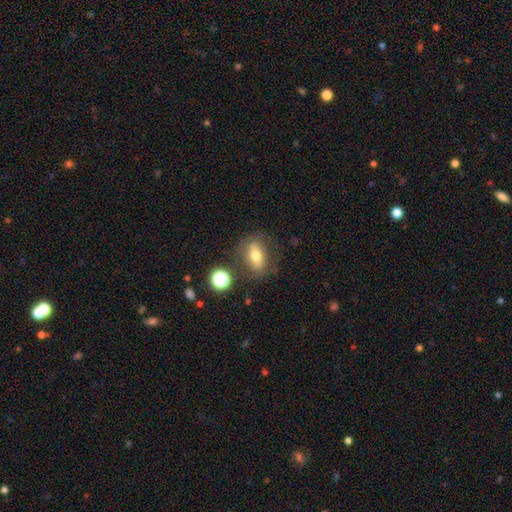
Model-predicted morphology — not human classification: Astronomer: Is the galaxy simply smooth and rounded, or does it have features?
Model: smooth — 58%.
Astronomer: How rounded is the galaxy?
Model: in between — 72%.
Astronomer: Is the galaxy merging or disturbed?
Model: none — 74%.